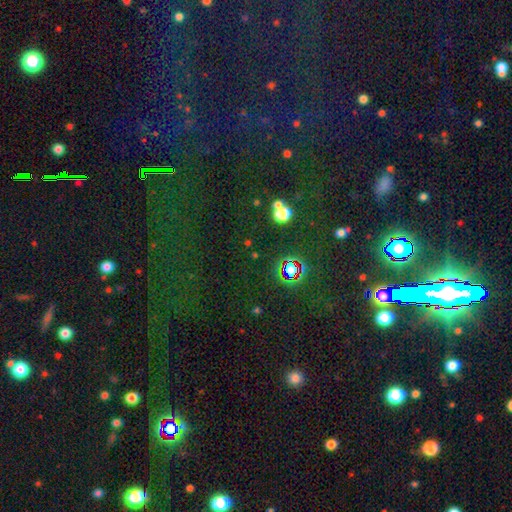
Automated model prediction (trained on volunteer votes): Overall: star or artifact (74%).